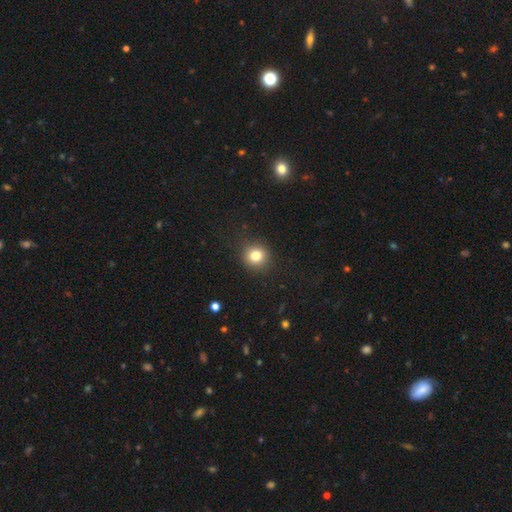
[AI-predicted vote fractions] smooth 81%, star or artifact 12%, featured or disk 7%. Down the decision tree: how rounded — round (92%); merging — none (90%).